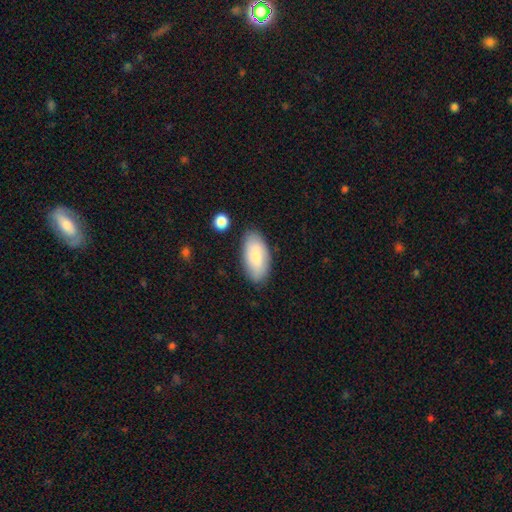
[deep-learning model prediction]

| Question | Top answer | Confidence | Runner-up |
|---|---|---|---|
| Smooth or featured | smooth | 78% | featured or disk (16%) |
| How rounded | in between | 92% | cigar-shaped (6%) |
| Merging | none | 82% | minor disturbance (13%) |